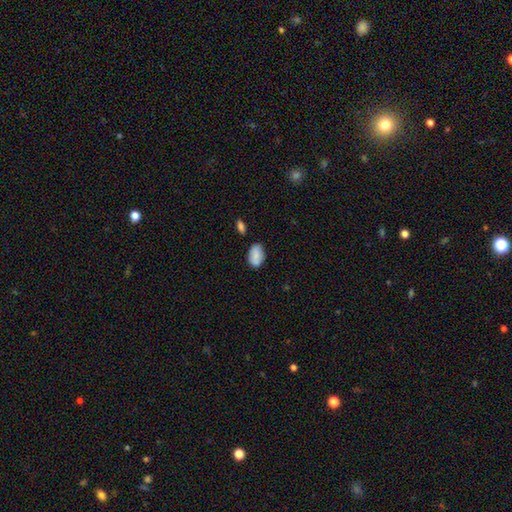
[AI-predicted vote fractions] Smooth or featured? smooth (83%)
How rounded? in between (90%)
Merging? none (73%)